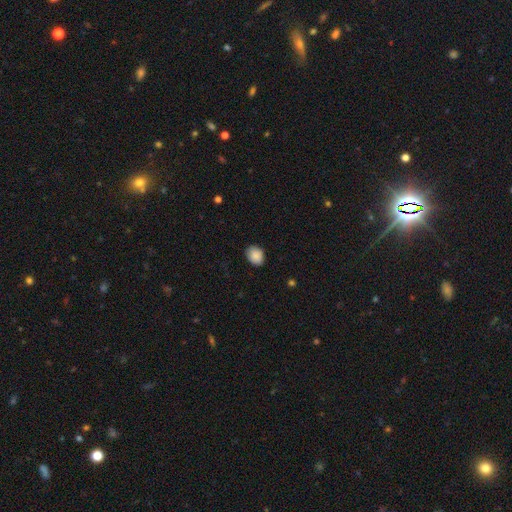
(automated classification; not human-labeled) Smooth or featured? smooth (89%)
How rounded? in between (54%)
Merging? none (84%)